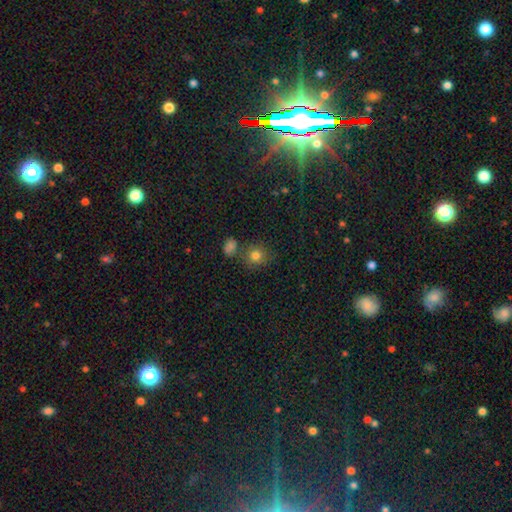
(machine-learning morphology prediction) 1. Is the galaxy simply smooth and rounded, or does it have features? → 80% smooth, 13% star or artifact, 7% featured or disk.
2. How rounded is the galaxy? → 83% round, 16% in between, 1% cigar-shaped.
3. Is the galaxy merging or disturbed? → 70% none, 13% merger, 12% minor disturbance, 4% major disturbance.